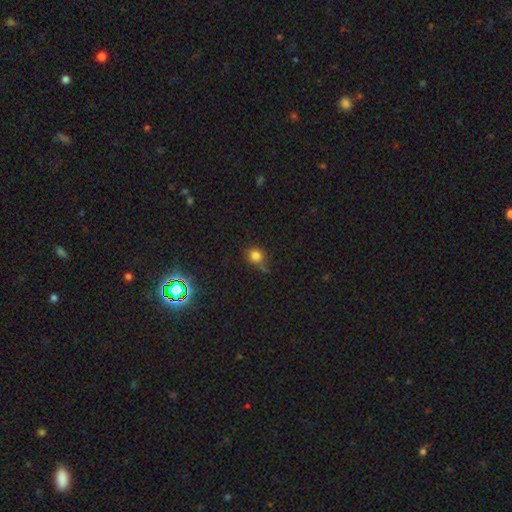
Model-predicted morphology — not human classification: smooth 78%, star or artifact 16%, featured or disk 6%. Down the decision tree: how rounded — round (82%); merging — none (64%).